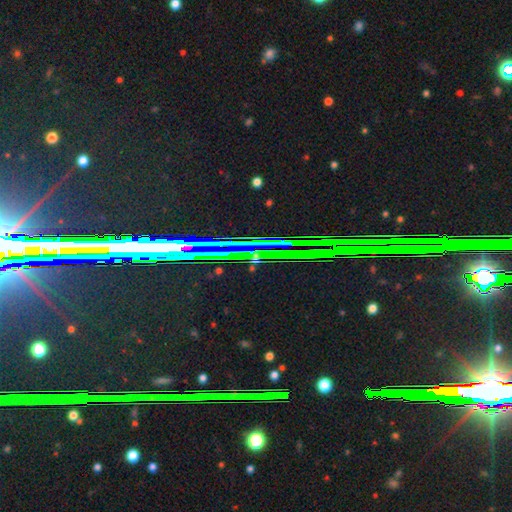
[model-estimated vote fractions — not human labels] Smooth or featured? Predicted: star or artifact (p=0.80).